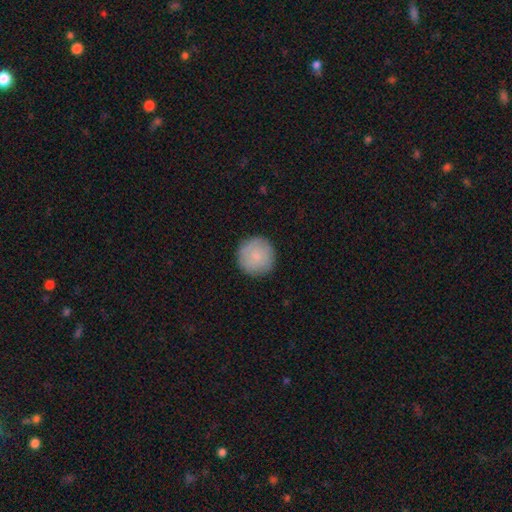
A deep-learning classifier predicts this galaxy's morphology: A smooth galaxy with no disk features (84%) that is round (96%). Merging: none (89%).